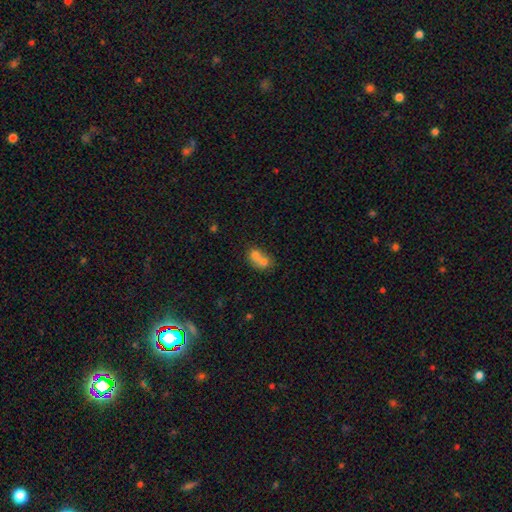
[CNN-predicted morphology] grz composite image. It shows a smooth galaxy with no disk features (67%) that is round (52%). Merging: merger (72%).